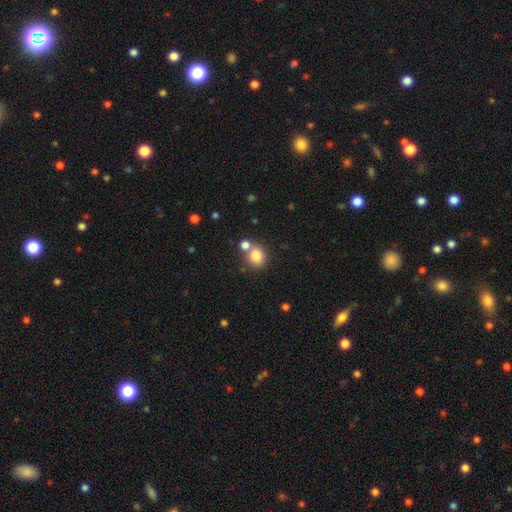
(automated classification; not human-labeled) smooth_or_featured: smooth (p=0.81) [alt: star or artifact p=0.11]
how_rounded: round (p=0.72) [alt: in between p=0.27]
merging: none (p=0.59) [alt: merger p=0.28]